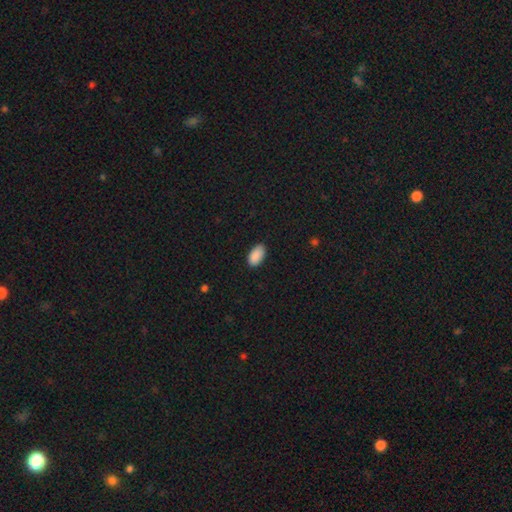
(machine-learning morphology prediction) A smooth galaxy with no disk features (90%) that is in between round and cigar-shaped (95%).

Vote fractions:
- Smooth or featured? smooth: 90% / star or artifact: 7% / featured or disk: 3%
- How rounded? in between: 95% / round: 3% / cigar-shaped: 2%
- Merging? none: 87% / minor disturbance: 10% / major disturbance: 2% / merger: 1%